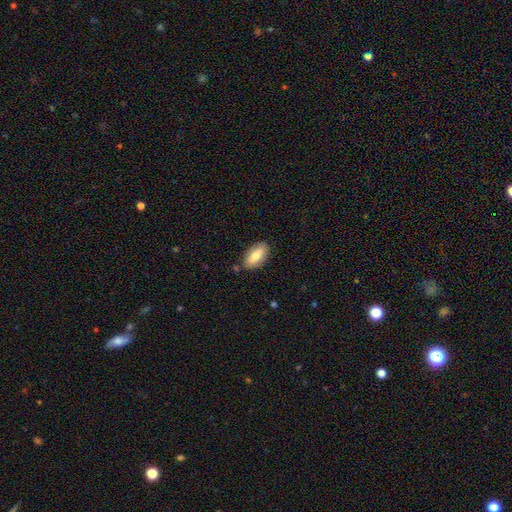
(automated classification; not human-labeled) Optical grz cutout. It shows a smooth galaxy with no disk features (73%) that is in between round and cigar-shaped (90%). Merging: none (82%).